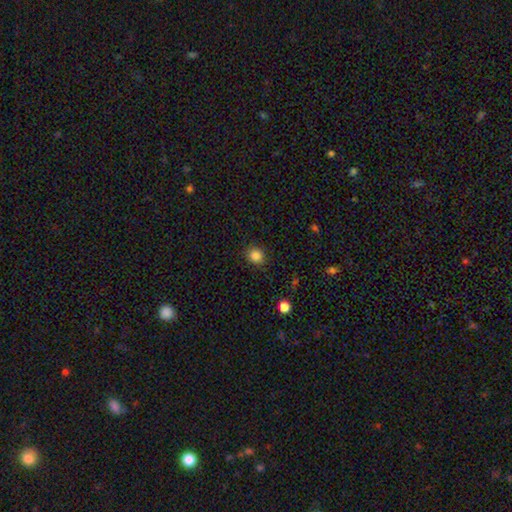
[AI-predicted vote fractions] This is clearly a smooth galaxy (85%). How rounded: clearly round (82%). Merging: clearly none (89%).